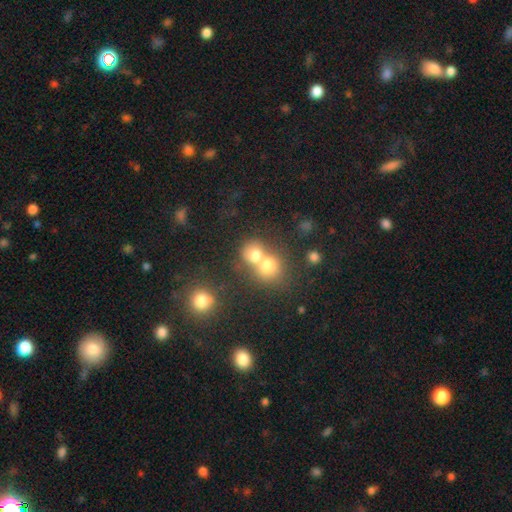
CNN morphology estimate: Smooth or featured? smooth (70%)
How rounded? round (76%)
Merging? merger (58%)